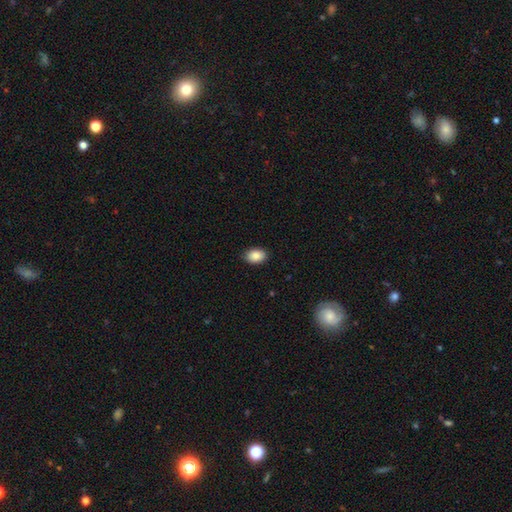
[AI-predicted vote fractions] Smooth or featured? smooth (88%)
How rounded? in between (84%)
Merging? none (88%)